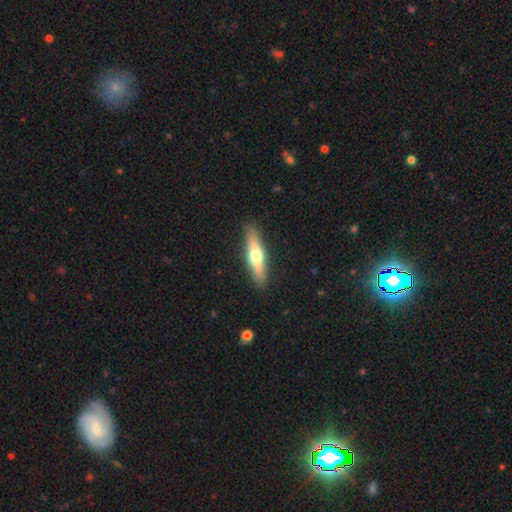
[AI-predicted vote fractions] Smooth or featured? Predicted: smooth (p=0.49). Merging? Predicted: none (p=0.90).